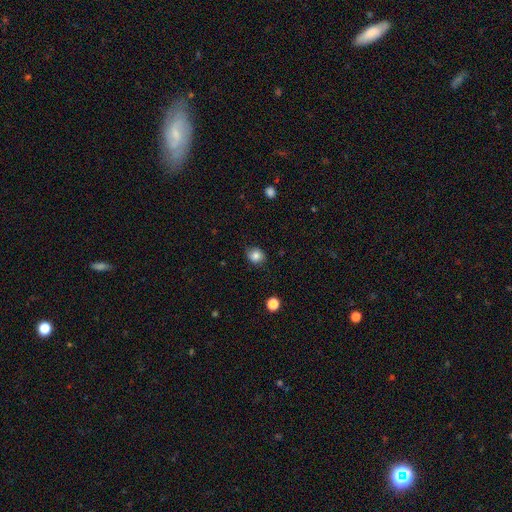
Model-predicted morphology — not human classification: smooth_or_featured: smooth (p=0.82) [alt: star or artifact p=0.10]
how_rounded: round (p=0.72) [alt: in between p=0.27]
merging: none (p=0.81) [alt: minor disturbance p=0.15]